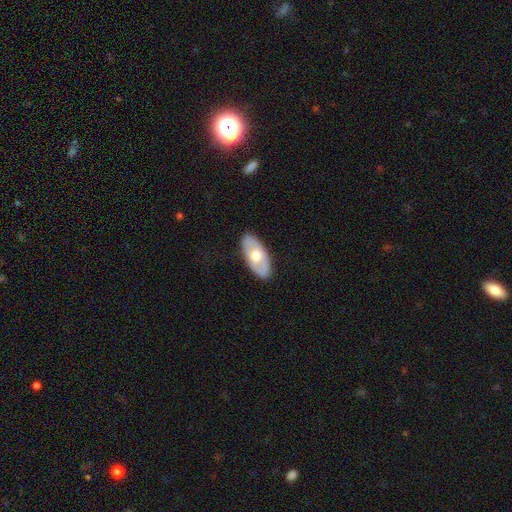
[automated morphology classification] The model was most divided on "smooth or featured": smooth: 50%, featured or disk: 45%, star or artifact: 5%. More confident: how rounded — in between (91%); merging — none (87%).